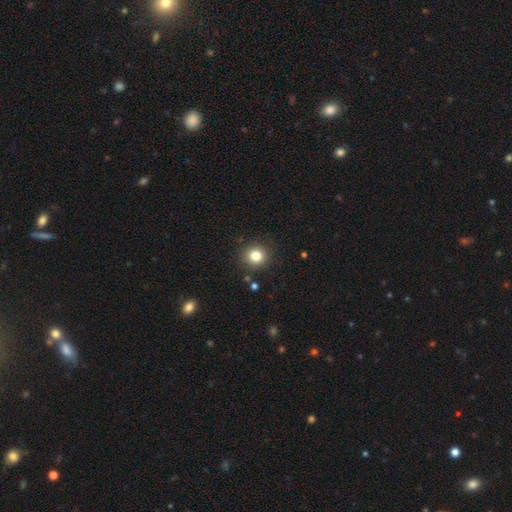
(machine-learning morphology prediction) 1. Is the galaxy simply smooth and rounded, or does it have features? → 81% smooth, 12% star or artifact, 7% featured or disk.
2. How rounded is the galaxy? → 92% round, 7% in between, 1% cigar-shaped.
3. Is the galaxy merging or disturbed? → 89% none, 7% minor disturbance, 2% major disturbance, 2% merger.